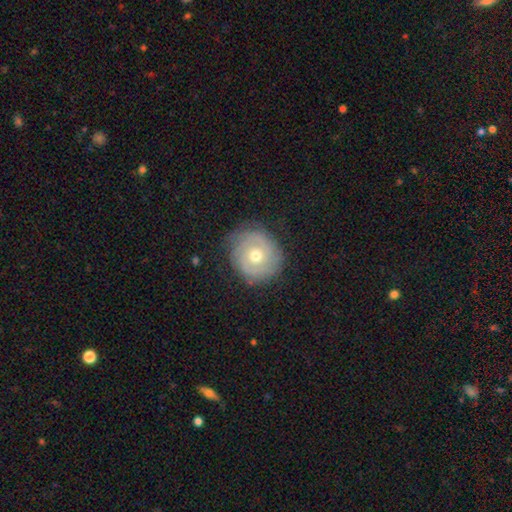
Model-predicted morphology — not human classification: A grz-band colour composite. It shows a featured or disk galaxy (67%) with no bar (80%), 2 (45%) tight (70%) spiral arms (84%) and a moderate central bulge (68%). Merging: none (79%).